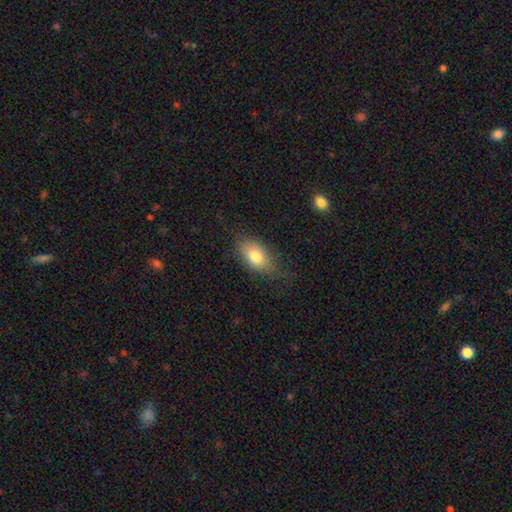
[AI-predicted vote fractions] Overall: smooth (77%). How rounded: in between (90%). Merging: none (69%).